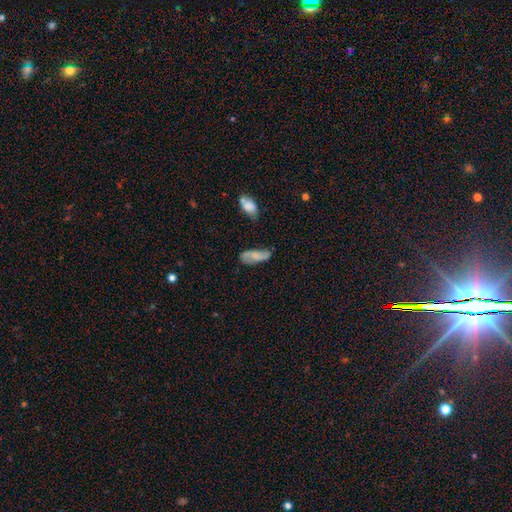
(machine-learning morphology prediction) smooth_or_featured: smooth (p=0.47) [alt: featured or disk p=0.45]
merging: none (p=0.67) [alt: minor disturbance p=0.22]